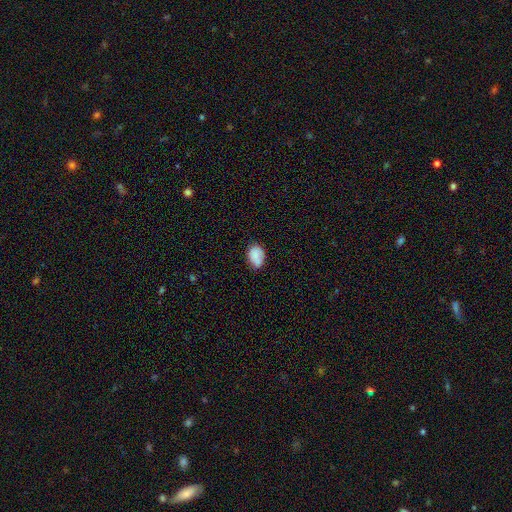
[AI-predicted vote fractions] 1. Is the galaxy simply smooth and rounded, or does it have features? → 84% smooth, 8% featured or disk, 8% star or artifact.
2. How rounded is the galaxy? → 81% in between, 18% round, 1% cigar-shaped.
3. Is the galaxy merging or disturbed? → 68% none, 25% minor disturbance, 5% major disturbance, 3% merger.